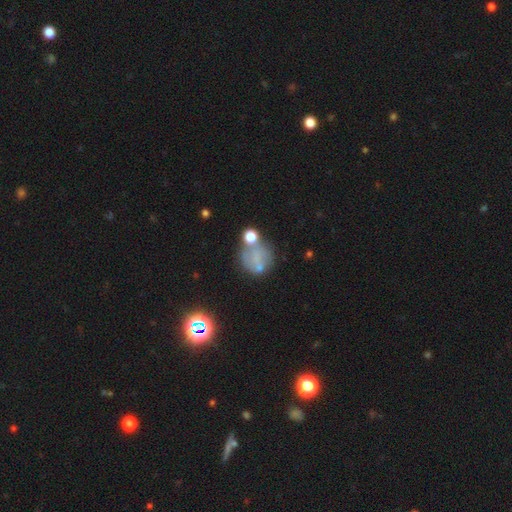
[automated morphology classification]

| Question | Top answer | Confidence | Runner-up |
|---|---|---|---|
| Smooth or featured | smooth | 51% | featured or disk (31%) |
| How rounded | round | 77% | in between (22%) |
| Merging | none | 43% | minor disturbance (21%) |